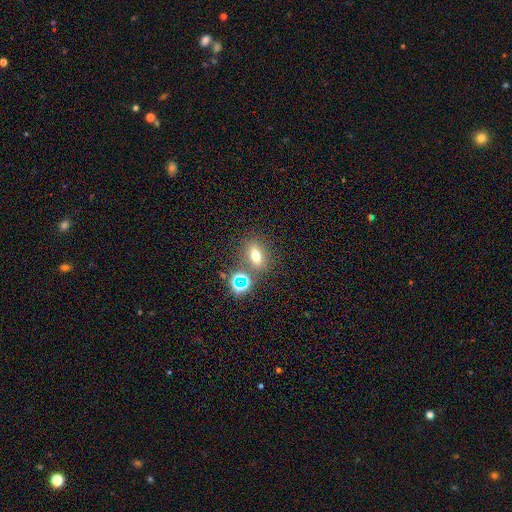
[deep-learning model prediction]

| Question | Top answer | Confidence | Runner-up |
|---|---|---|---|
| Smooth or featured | smooth | 60% | star or artifact (25%) |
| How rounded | in between | 65% | round (29%) |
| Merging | none | 70% | merger (15%) |